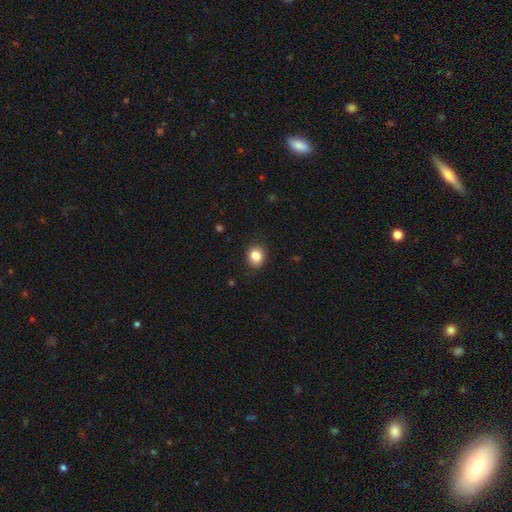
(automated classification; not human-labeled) A smooth galaxy with no disk features (84%) that is round (71%).

Vote fractions:
- Smooth or featured? smooth: 84% / star or artifact: 10% / featured or disk: 6%
- How rounded? round: 71% / in between: 29% / cigar-shaped: 1%
- Merging? none: 89% / minor disturbance: 8% / major disturbance: 2% / merger: 1%